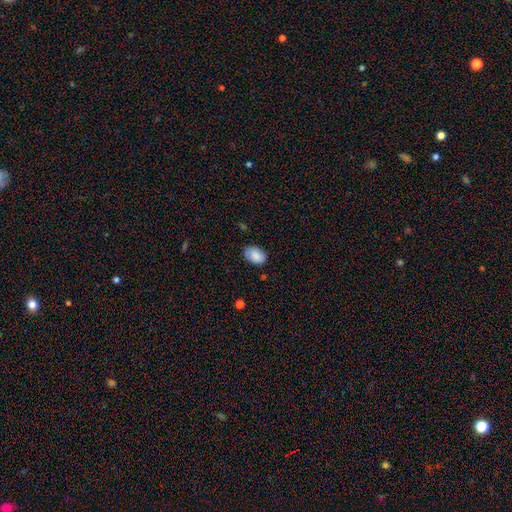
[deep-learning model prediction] Smooth or featured? smooth (87%)
How rounded? in between (88%)
Merging? none (80%)